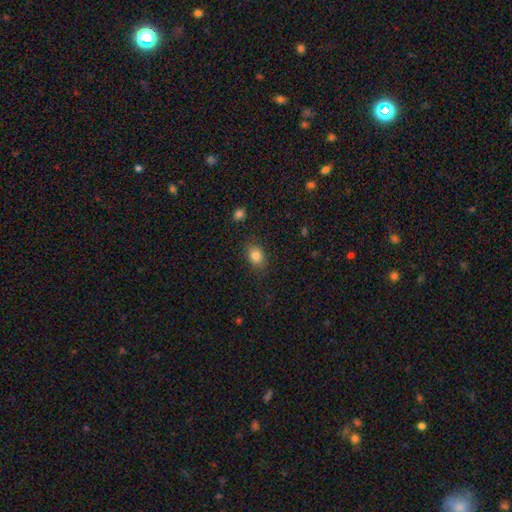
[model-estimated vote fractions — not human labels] A smooth galaxy with no disk features (83%) that is in between round and cigar-shaped (65%).

Vote fractions:
- Smooth or featured? smooth: 83% / star or artifact: 10% / featured or disk: 7%
- How rounded? in between: 65% / round: 34% / cigar-shaped: 1%
- Merging? none: 84% / minor disturbance: 11% / major disturbance: 3% / merger: 1%